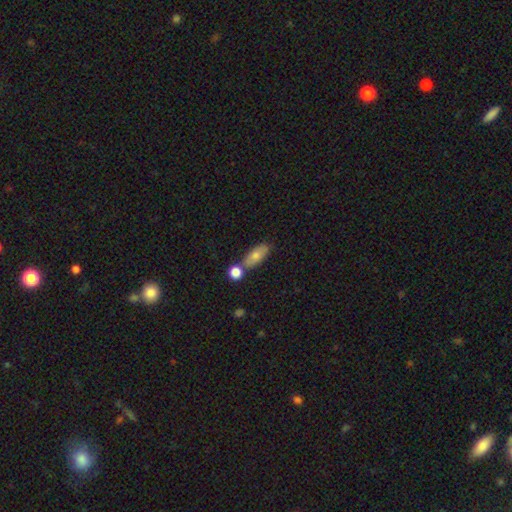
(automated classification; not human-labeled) Q: Smooth or featured?
A: smooth (75%); runner-up: featured or disk (17%)
Q: How rounded?
A: in between (77%); runner-up: cigar-shaped (18%)
Q: Merging?
A: none (61%); runner-up: merger (21%)